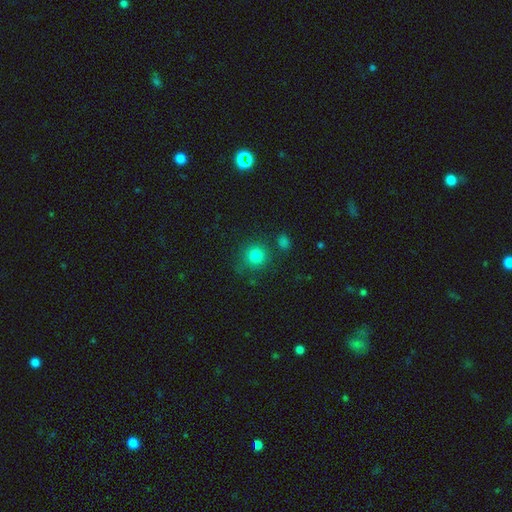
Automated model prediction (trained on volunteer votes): The model was most divided on "merging": none: 79%, minor disturbance: 11%, merger: 6%, major disturbance: 4%. More confident: how rounded — round (91%); smooth or featured — smooth (81%).